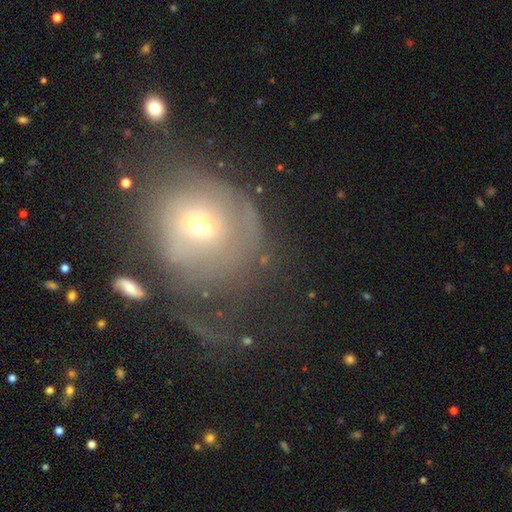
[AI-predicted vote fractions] smooth 46%, featured or disk 37%, star or artifact 17%. Down the decision tree: merging — major disturbance (40%).